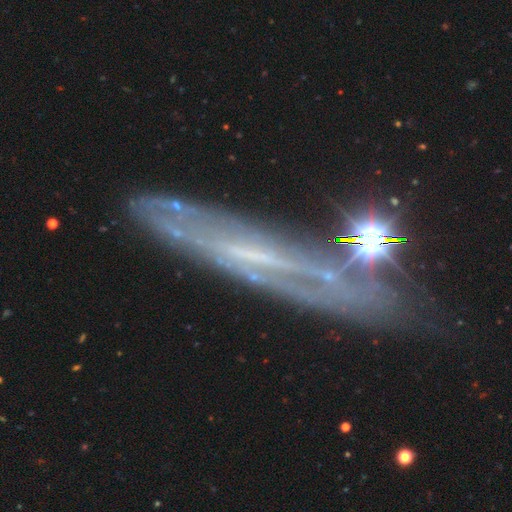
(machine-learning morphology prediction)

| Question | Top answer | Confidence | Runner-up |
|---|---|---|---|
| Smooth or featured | featured or disk | 62% | smooth (21%) |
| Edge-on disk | yes | 69% | no (31%) |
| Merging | none | 63% | minor disturbance (15%) |